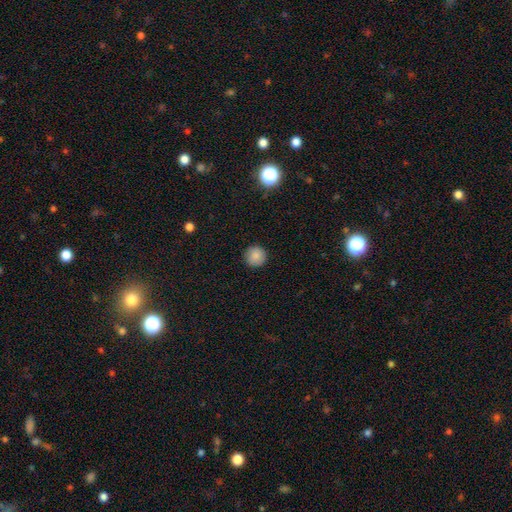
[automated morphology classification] Smooth or featured? smooth (86%)
How rounded? round (95%)
Merging? none (91%)